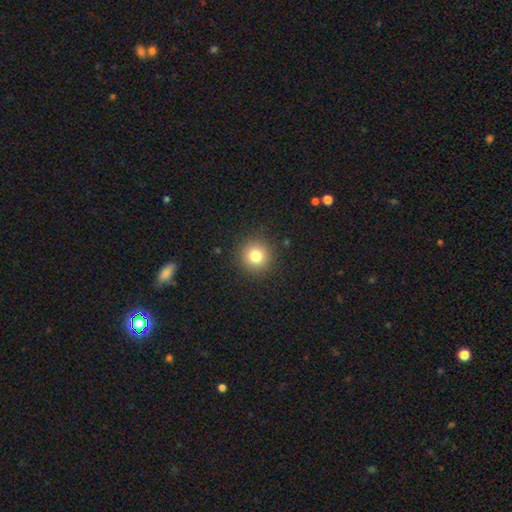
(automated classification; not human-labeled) This is likely a smooth galaxy (80%). How rounded: clearly round (94%). Merging: clearly none (91%).